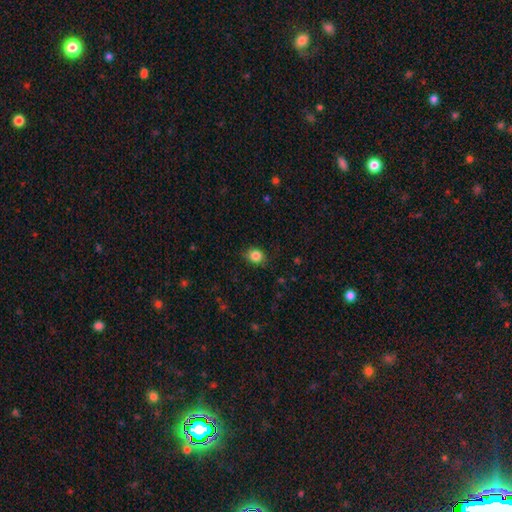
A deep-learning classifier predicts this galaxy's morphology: This appears to be a smooth galaxy with no disk features (84%) that is round (61%). Merging: none (81%).